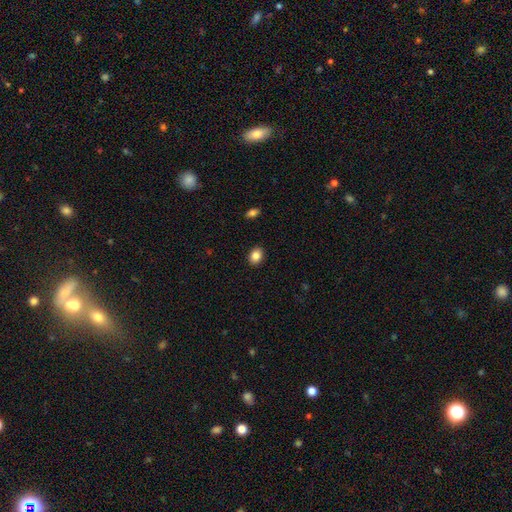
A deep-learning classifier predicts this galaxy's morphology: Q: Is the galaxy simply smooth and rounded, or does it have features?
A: smooth — 86%.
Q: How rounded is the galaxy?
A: in between — 63%.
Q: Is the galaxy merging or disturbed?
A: none — 90%.